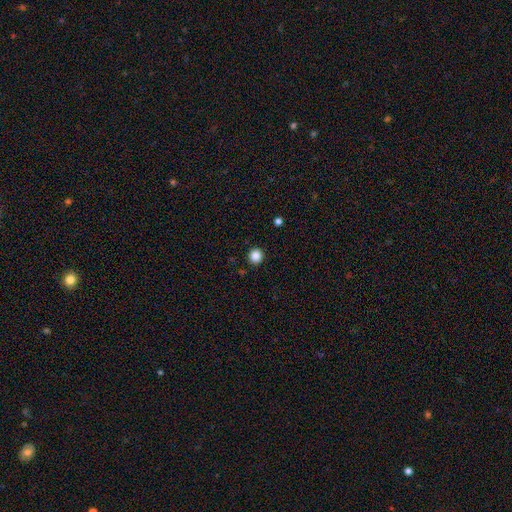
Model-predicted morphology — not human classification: Q: Smooth or featured?
A: smooth (86%); runner-up: star or artifact (11%)
Q: How rounded?
A: round (94%); runner-up: in between (5%)
Q: Merging?
A: none (92%); runner-up: minor disturbance (5%)